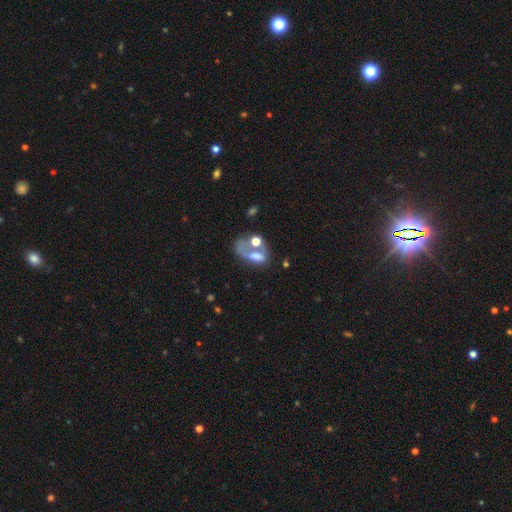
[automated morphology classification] This appears to be a smooth galaxy with no disk features (47%). Merging: merger (34%).